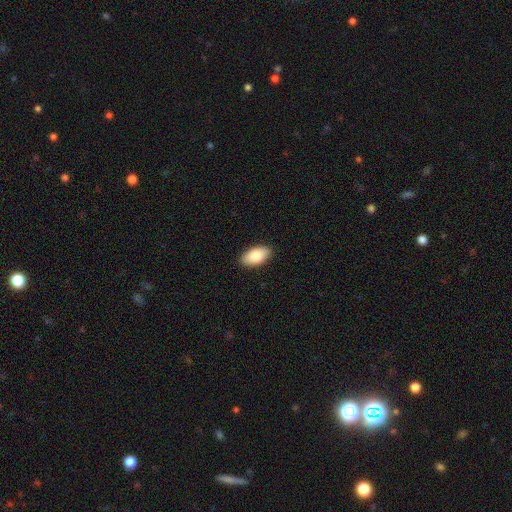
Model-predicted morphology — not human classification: Smooth or featured?
  - smooth: 86% *
  - featured or disk: 7%
  - star or artifact: 6%
How rounded?
  - in between: 95% *
  - round: 3%
  - cigar-shaped: 2%
Merging?
  - none: 89% *
  - minor disturbance: 8%
  - major disturbance: 2%
  - merger: 1%